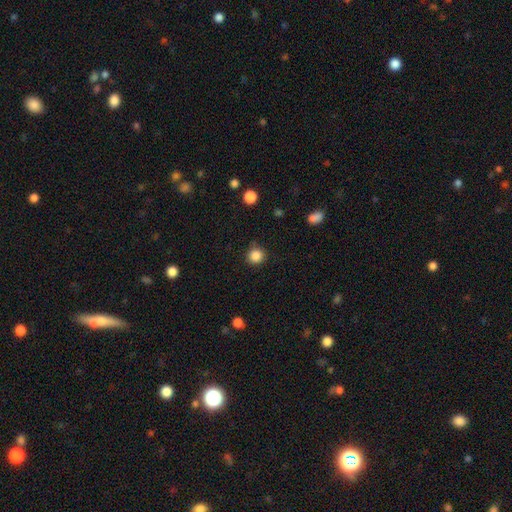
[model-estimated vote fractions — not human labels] smooth_or_featured: smooth (p=0.86) [alt: star or artifact p=0.11]
how_rounded: round (p=0.93) [alt: in between p=0.06]
merging: none (p=0.86) [alt: minor disturbance p=0.09]